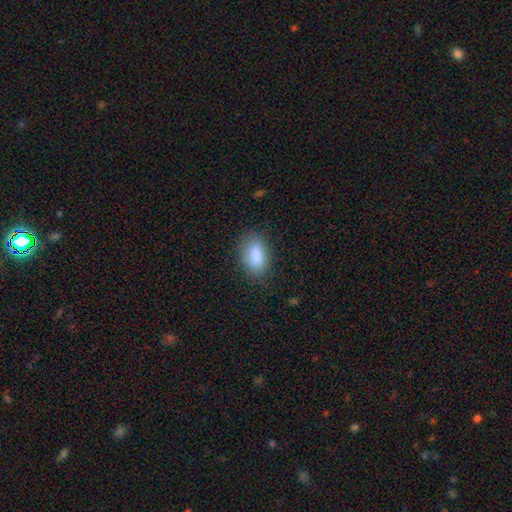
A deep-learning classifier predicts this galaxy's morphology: Q: Smooth or featured?
A: smooth (86%); runner-up: star or artifact (8%)
Q: How rounded?
A: in between (89%); runner-up: round (8%)
Q: Merging?
A: none (78%); runner-up: minor disturbance (15%)